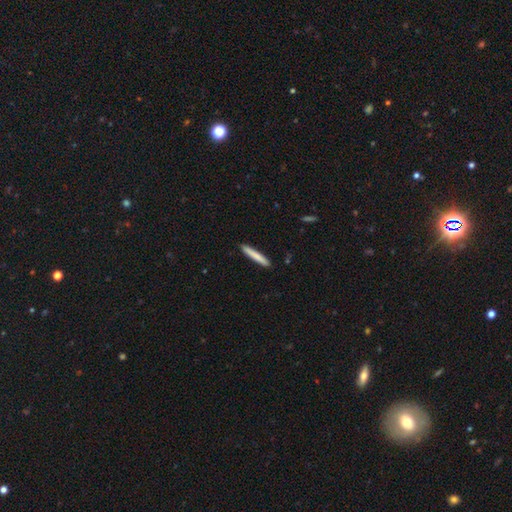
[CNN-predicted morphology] A smooth galaxy with no disk features (79%) that is cigar-shaped (95%).

Vote fractions:
- Smooth or featured? smooth: 79% / featured or disk: 16% / star or artifact: 5%
- How rounded? cigar-shaped: 95% / in between: 3% / round: 1%
- Merging? none: 91% / minor disturbance: 6% / major disturbance: 1% / merger: 1%